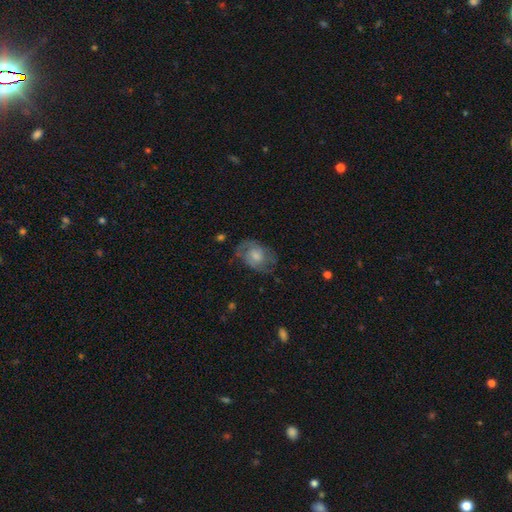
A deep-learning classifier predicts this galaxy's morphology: Q: Smooth or featured?
A: featured or disk (49%); runner-up: smooth (44%)
Q: Merging?
A: none (57%); runner-up: minor disturbance (26%)